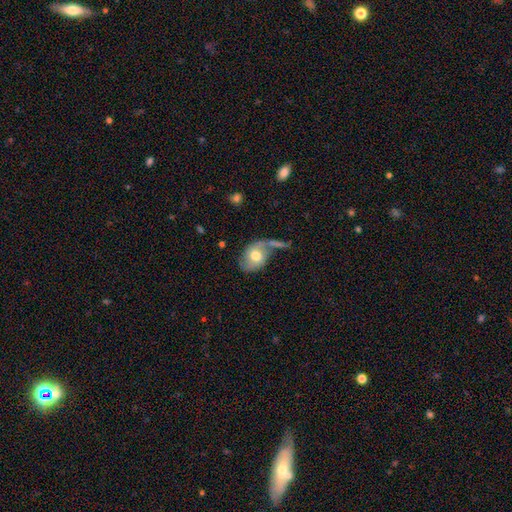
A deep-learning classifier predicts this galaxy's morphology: Smooth or featured?
  - smooth: 49% *
  - featured or disk: 44%
  - star or artifact: 7%
Merging?
  - none: 41% *
  - minor disturbance: 22%
  - major disturbance: 19%
  - merger: 18%